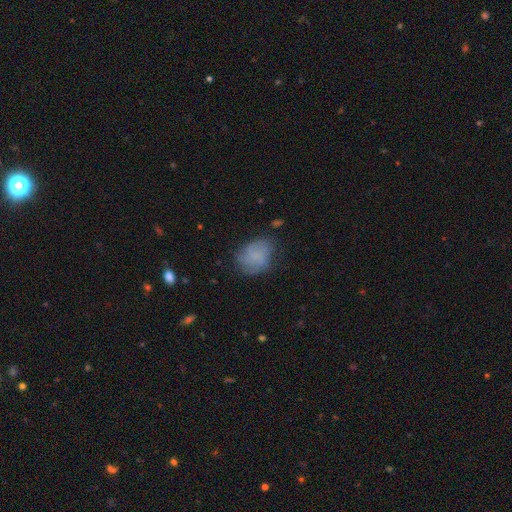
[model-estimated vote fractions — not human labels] Smooth or featured: smooth — 63% (featured or disk — 28%)
How rounded: in between — 57% (round — 42%)
Merging: none — 58% (minor disturbance — 28%)